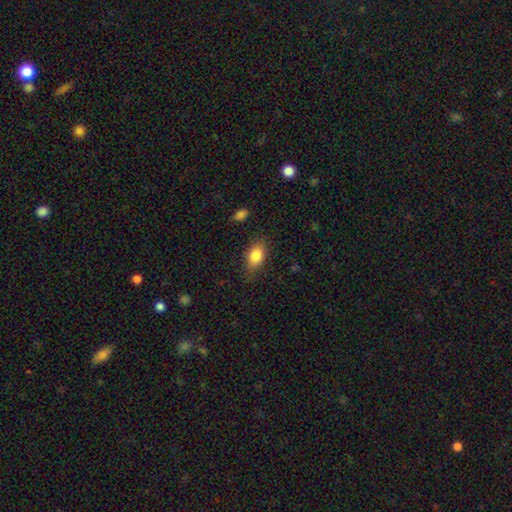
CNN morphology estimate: Smooth or featured? smooth (84%)
How rounded? in between (85%)
Merging? none (79%)